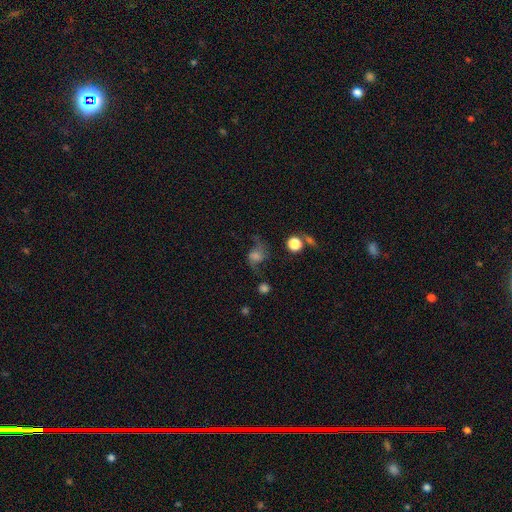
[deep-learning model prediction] Overall: featured or disk (57%; smooth 27%). Edge-on disk: no (96%). Bar: no (62%; weak 31%). Spiral arms: yes (90%). Bulge size: none (31%; moderate 22%). Merging: none (57%; minor disturbance 21%).